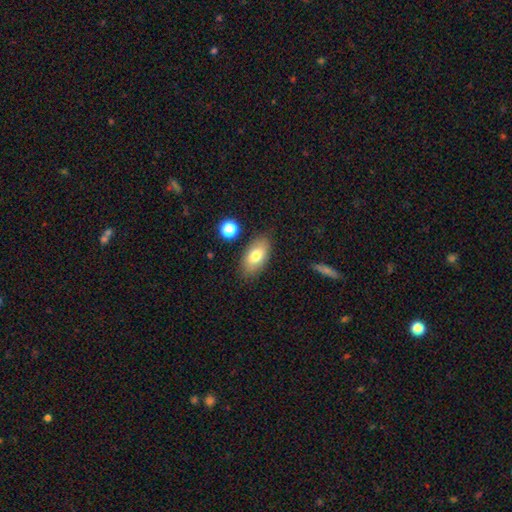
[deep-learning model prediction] Smooth or featured? Predicted: smooth (p=0.76). How rounded? Predicted: in between (p=0.92). Merging? Predicted: none (p=0.82).